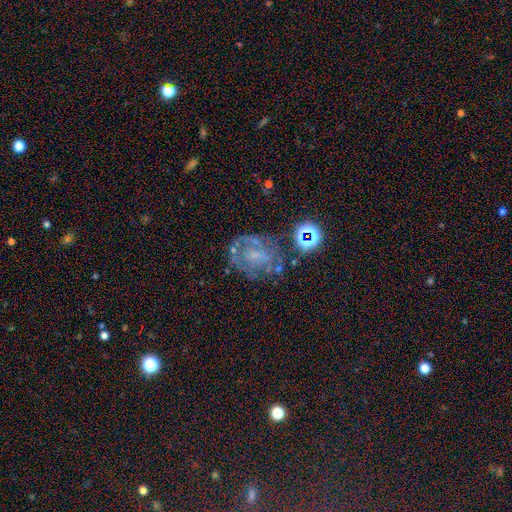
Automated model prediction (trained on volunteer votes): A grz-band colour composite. It shows a featured or disk galaxy (64%) with no bar (60%), spiral arms (65%) and a small central bulge (45%). Merging: none (56%).